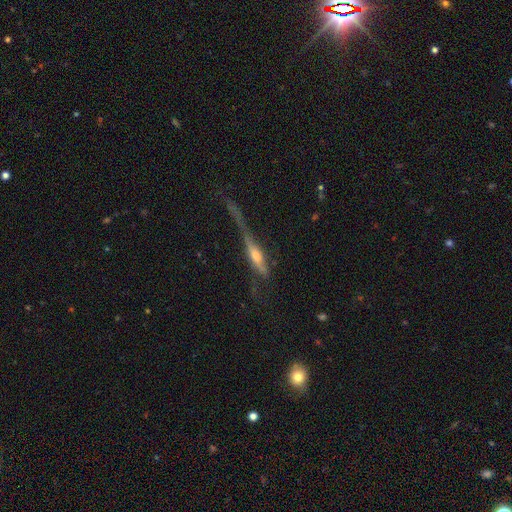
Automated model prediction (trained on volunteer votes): This appears to be a featured or disk galaxy (65%) viewed edge-on (89%) with a rounded central bulge (72%). Merging: none (38%).